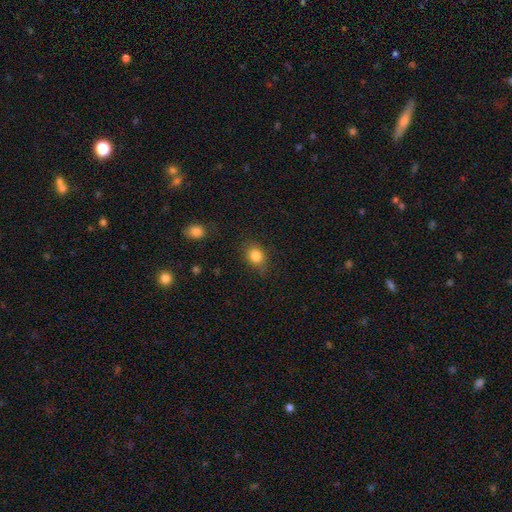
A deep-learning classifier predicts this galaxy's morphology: Smooth or featured?
  - smooth: 83% *
  - star or artifact: 10%
  - featured or disk: 7%
How rounded?
  - in between: 53% *
  - round: 45%
  - cigar-shaped: 1%
Merging?
  - none: 78% *
  - minor disturbance: 16%
  - major disturbance: 4%
  - merger: 1%